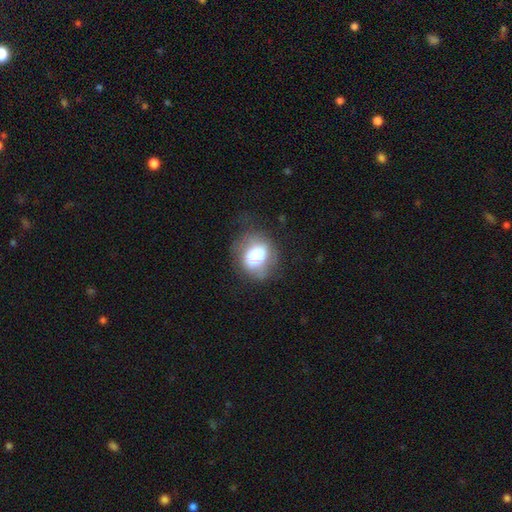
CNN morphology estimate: This appears to be a smooth galaxy with no disk features (70%) that is in between round and cigar-shaped (50%). Merging: none (54%).